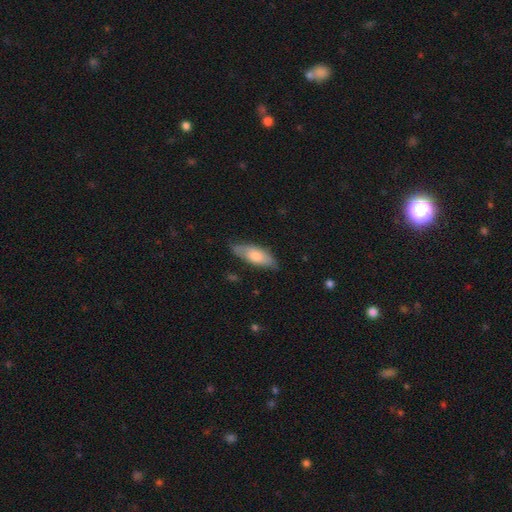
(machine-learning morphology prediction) A smooth galaxy with no disk features (69%) that is in between round and cigar-shaped (71%). Merging: none (75%).